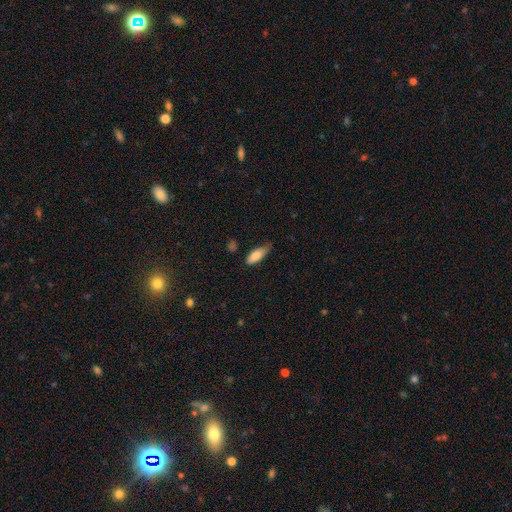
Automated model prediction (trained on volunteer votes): smooth_or_featured: smooth (p=0.81) [alt: featured or disk p=0.13]
how_rounded: in between (p=0.69) [alt: cigar-shaped p=0.29]
merging: none (p=0.54) [alt: minor disturbance p=0.37]